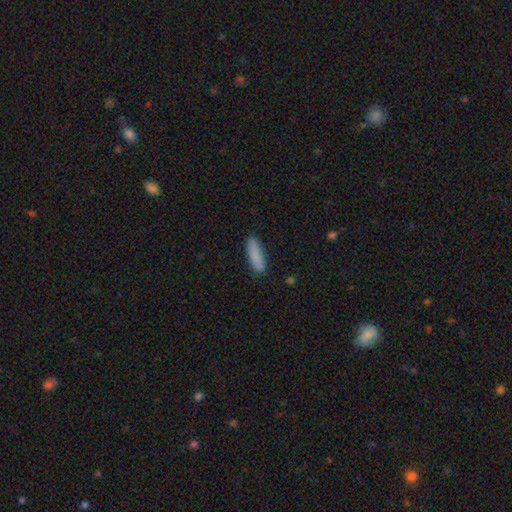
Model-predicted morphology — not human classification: A smooth galaxy with no disk features (88%) that is cigar-shaped (68%).

Vote fractions:
- Smooth or featured? smooth: 88% / star or artifact: 6% / featured or disk: 6%
- How rounded? cigar-shaped: 68% / in between: 30% / round: 1%
- Merging? none: 86% / minor disturbance: 11% / major disturbance: 2% / merger: 1%